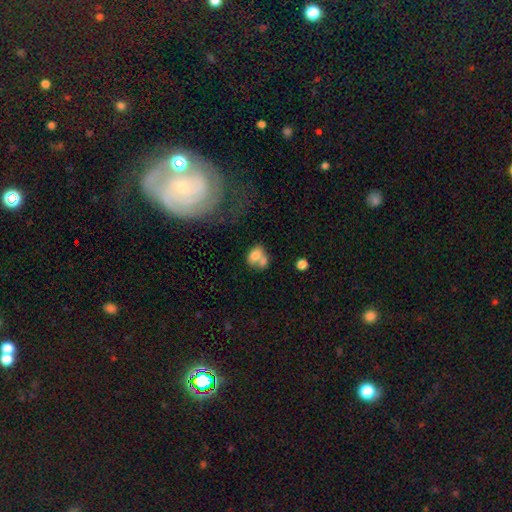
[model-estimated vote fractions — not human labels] A smooth galaxy with no disk features (71%) that is in between round and cigar-shaped (70%). Merging: merger (56%).